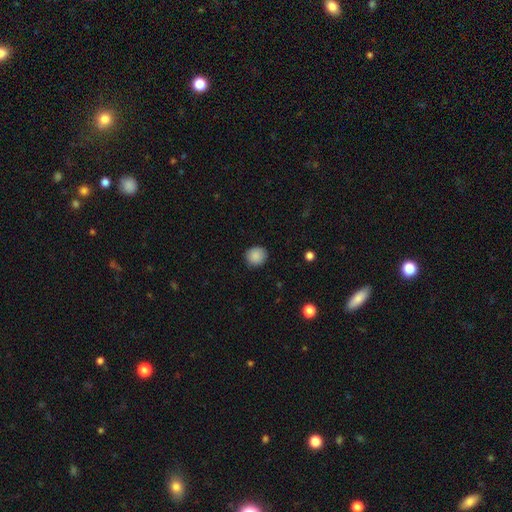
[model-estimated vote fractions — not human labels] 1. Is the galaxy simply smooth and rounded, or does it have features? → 88% smooth, 8% star or artifact, 3% featured or disk.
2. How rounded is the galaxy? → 87% round, 12% in between, 1% cigar-shaped.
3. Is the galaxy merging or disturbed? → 87% none, 9% minor disturbance, 2% major disturbance, 1% merger.